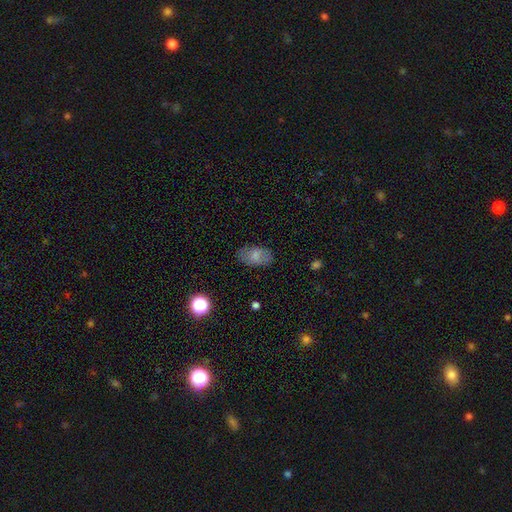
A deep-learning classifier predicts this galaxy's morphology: Smooth or featured?
  - smooth: 76% *
  - featured or disk: 15%
  - star or artifact: 9%
How rounded?
  - in between: 92% *
  - round: 6%
  - cigar-shaped: 2%
Merging?
  - none: 80% *
  - minor disturbance: 14%
  - major disturbance: 4%
  - merger: 1%